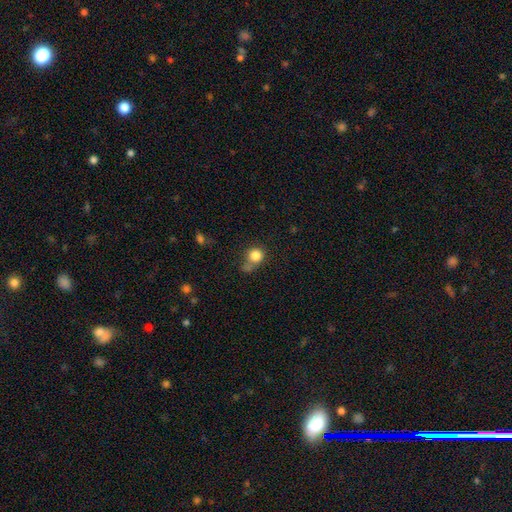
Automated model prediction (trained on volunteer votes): A smooth galaxy with no disk features (83%) that is round (86%). Merging: none (51%).